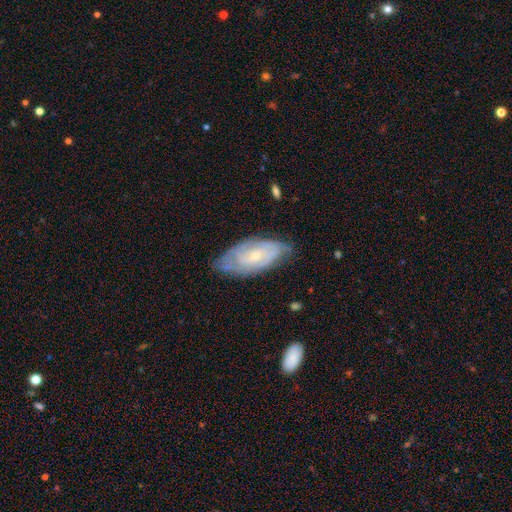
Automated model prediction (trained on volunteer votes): A featured or disk galaxy (65%) with no bar (70%), spiral arms (83%) and a small central bulge (61%).

Vote fractions:
- Smooth or featured? featured or disk: 65% / smooth: 28% / star or artifact: 6%
- Edge-on disk? no: 91% / yes: 9%
- Bar? no: 70% / weak: 26% / strong: 4%
- Spiral arms? yes: 83% / no: 17%
- Bulge size? small: 61% / moderate: 33% / none: 3% / large: 2% / dominant: 1%
- Merging? none: 65% / minor disturbance: 27% / major disturbance: 6% / merger: 2%